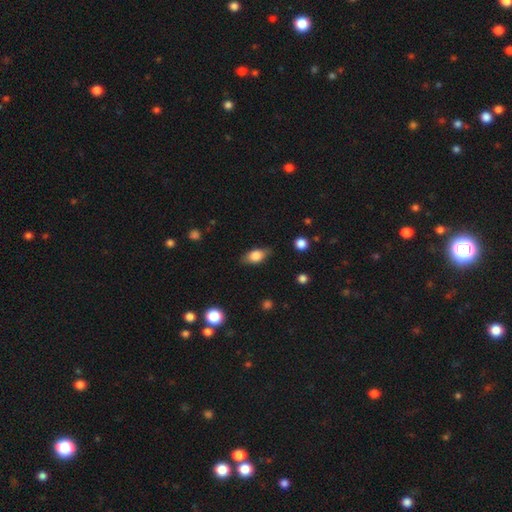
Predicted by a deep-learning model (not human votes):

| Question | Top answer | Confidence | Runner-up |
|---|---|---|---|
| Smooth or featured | smooth | 73% | featured or disk (19%) |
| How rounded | in between | 84% | round (8%) |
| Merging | none | 80% | minor disturbance (15%) |